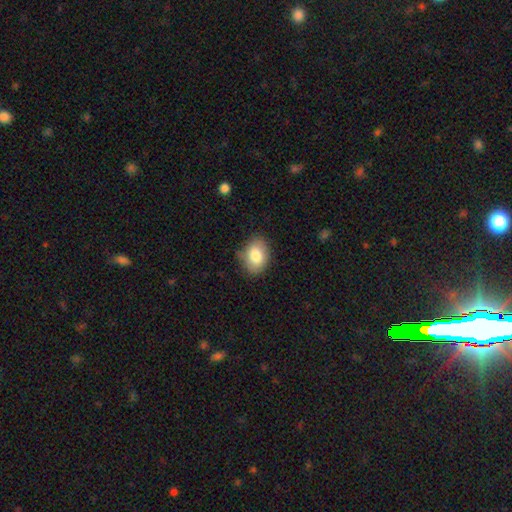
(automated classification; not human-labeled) Smooth or featured?
  - smooth: 82% *
  - featured or disk: 10%
  - star or artifact: 8%
How rounded?
  - in between: 74% *
  - round: 25%
  - cigar-shaped: 1%
Merging?
  - none: 77% *
  - minor disturbance: 18%
  - major disturbance: 4%
  - merger: 1%